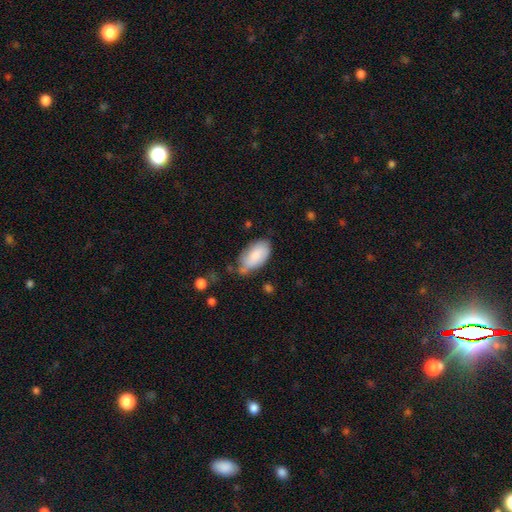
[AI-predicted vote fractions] Smooth or featured? smooth (82%)
How rounded? in between (95%)
Merging? none (51%)